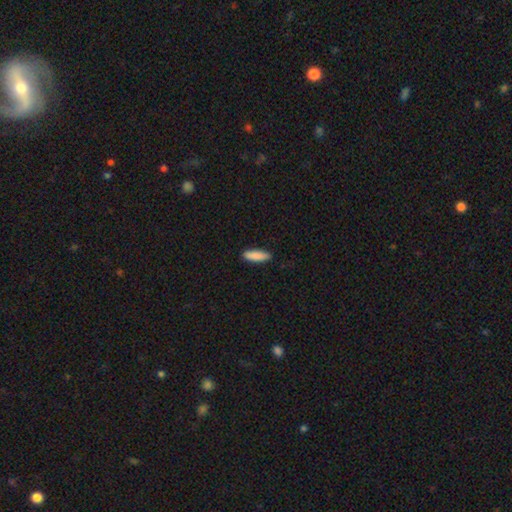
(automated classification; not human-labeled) Overall: smooth (88%). How rounded: cigar-shaped (59%; in between 40%). Merging: none (87%).